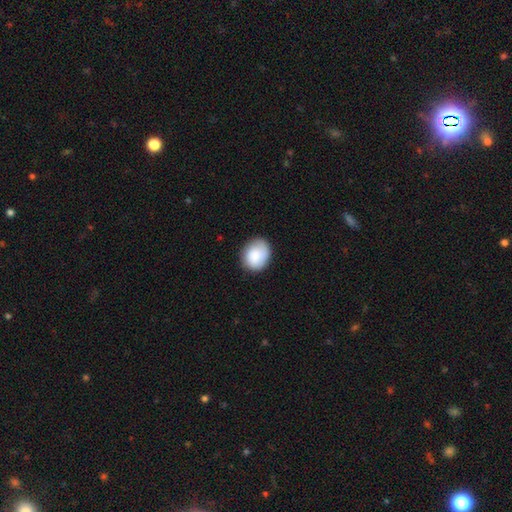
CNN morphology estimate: type=smooth (83%); roundness=round (63%); merging=none (76%).